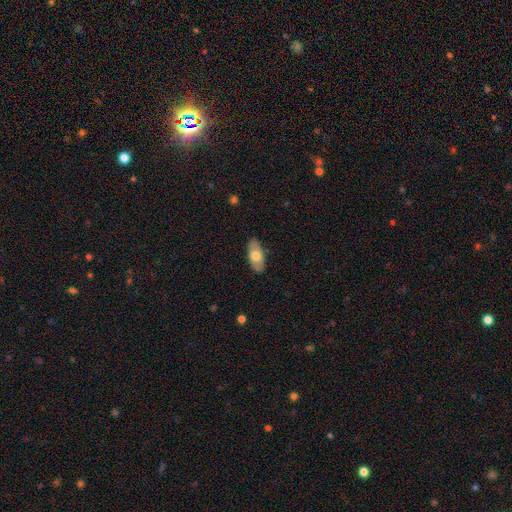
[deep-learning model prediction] Morphology: type=smooth (63%); roundness=in between (90%); merging=none (85%).